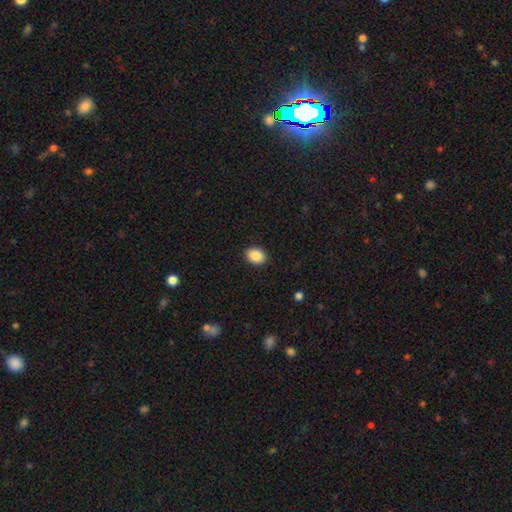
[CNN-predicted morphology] This is clearly a smooth galaxy (90%). How rounded: likely in between (64%). Merging: clearly none (90%).